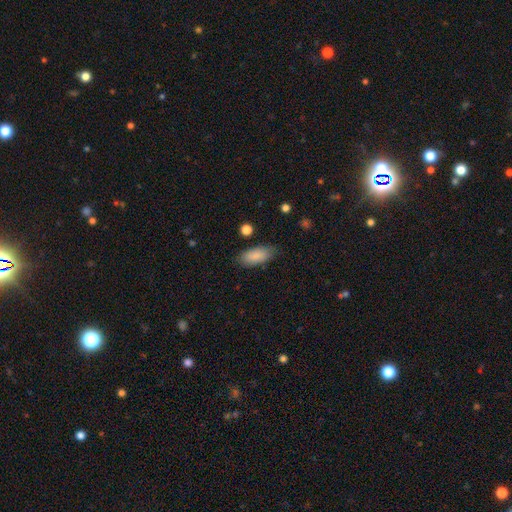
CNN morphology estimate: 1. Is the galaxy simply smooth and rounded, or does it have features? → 88% smooth, 6% star or artifact, 6% featured or disk.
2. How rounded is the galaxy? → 83% in between, 15% cigar-shaped, 2% round.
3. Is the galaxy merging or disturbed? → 80% none, 15% minor disturbance, 3% major disturbance, 2% merger.